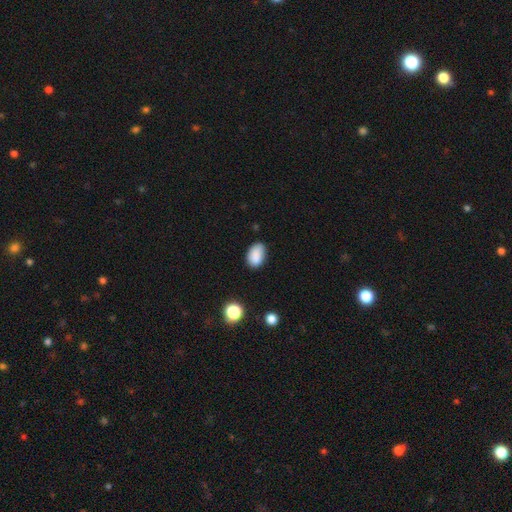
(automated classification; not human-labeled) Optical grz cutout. It shows a smooth galaxy with no disk features (87%) that is in between round and cigar-shaped (88%). Merging: none (72%).